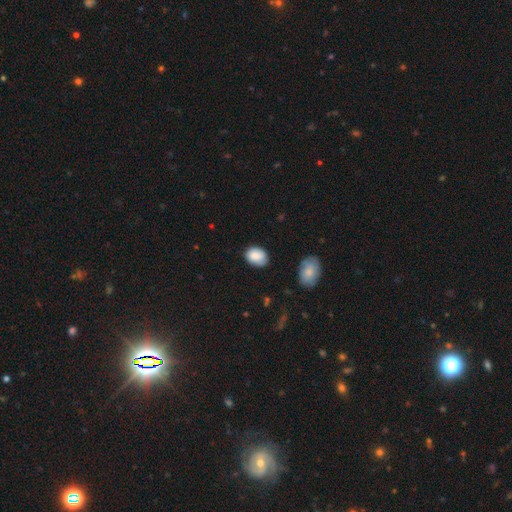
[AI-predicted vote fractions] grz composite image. It shows a smooth galaxy with no disk features (84%) that is in between round and cigar-shaped (70%). Merging: none (69%).